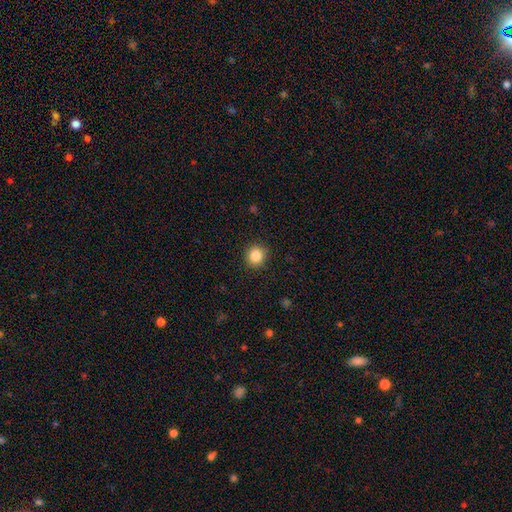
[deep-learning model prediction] This appears to be a smooth galaxy with no disk features (85%) that is round (87%). Merging: none (91%).